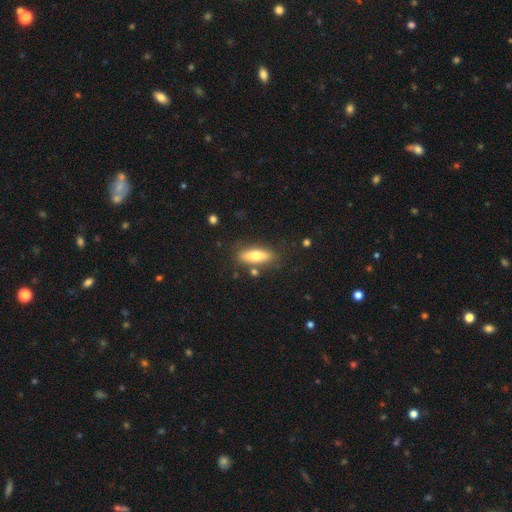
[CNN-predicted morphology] A smooth galaxy with no disk features (68%) that is in between round and cigar-shaped (61%).

Vote fractions:
- Smooth or featured? smooth: 68% / featured or disk: 26% / star or artifact: 7%
- How rounded? in between: 61% / cigar-shaped: 36% / round: 3%
- Merging? none: 79% / minor disturbance: 12% / merger: 5% / major disturbance: 3%